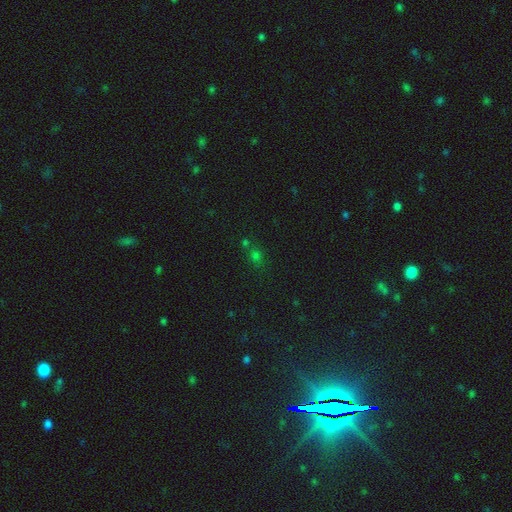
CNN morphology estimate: Smooth or featured?
  - smooth: 51% *
  - star or artifact: 41%
  - featured or disk: 8%
How rounded?
  - round: 66% *
  - in between: 31%
  - cigar-shaped: 3%
Merging?
  - none: 65% *
  - merger: 18%
  - minor disturbance: 12%
  - major disturbance: 6%